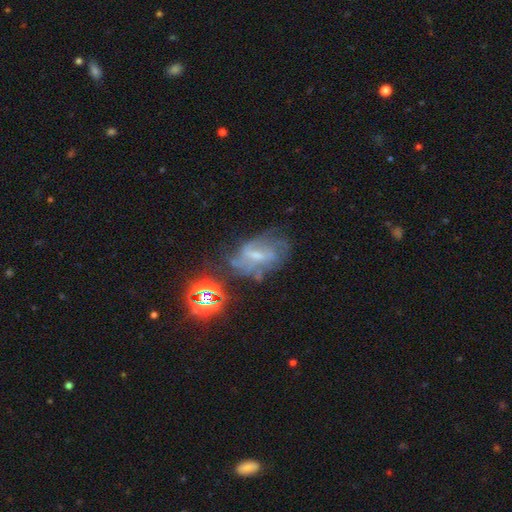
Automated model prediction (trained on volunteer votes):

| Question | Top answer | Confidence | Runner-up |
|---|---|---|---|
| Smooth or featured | featured or disk | 62% | star or artifact (20%) |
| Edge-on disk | no | 95% | yes (5%) |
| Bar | weak | 51% | no (29%) |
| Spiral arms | yes | 70% | no (30%) |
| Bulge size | small | 47% | moderate (30%) |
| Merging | none | 44% | minor disturbance (25%) |